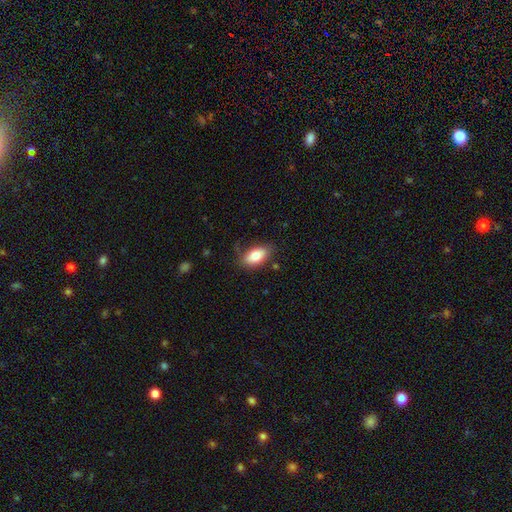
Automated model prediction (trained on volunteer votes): This is clearly a smooth galaxy (81%). How rounded: clearly in between (92%). Merging: likely none (73%).